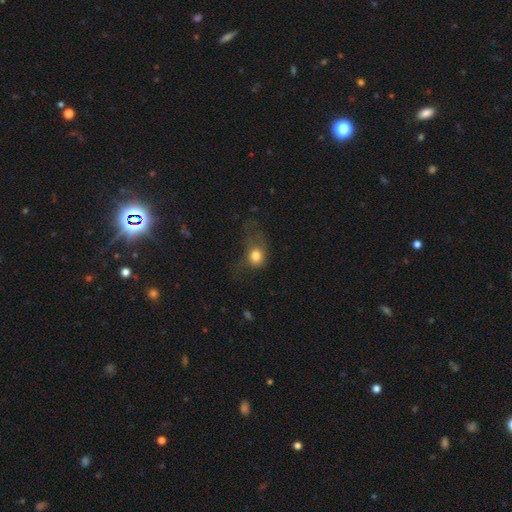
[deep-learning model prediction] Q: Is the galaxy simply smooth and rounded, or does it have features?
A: smooth — 75%.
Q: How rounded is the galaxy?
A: round — 65%.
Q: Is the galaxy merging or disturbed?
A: major disturbance — 44%.